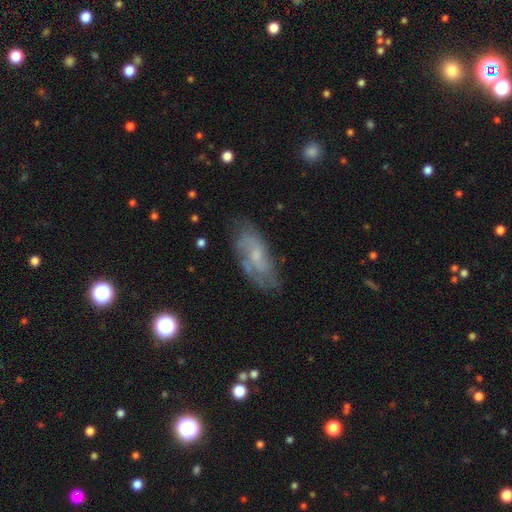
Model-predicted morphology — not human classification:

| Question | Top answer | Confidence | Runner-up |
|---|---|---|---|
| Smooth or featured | featured or disk | 63% | smooth (28%) |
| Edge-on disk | no | 90% | yes (10%) |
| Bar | no | 62% | weak (33%) |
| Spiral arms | yes | 79% | no (21%) |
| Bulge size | small | 57% | moderate (27%) |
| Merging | none | 67% | minor disturbance (22%) |